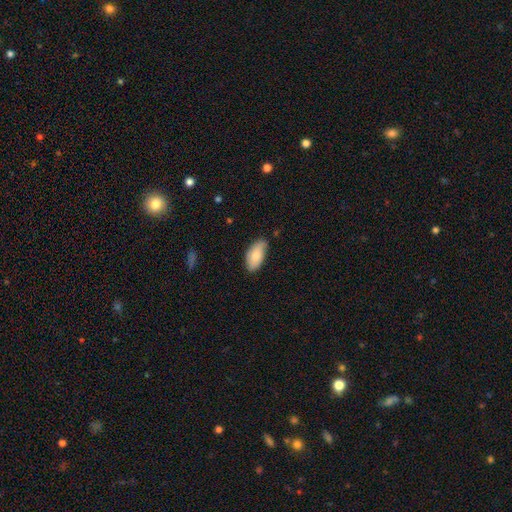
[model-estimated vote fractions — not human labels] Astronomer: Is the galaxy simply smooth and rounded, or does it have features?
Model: smooth — 81%.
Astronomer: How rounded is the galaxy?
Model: in between — 92%.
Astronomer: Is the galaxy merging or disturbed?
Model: none — 75%.